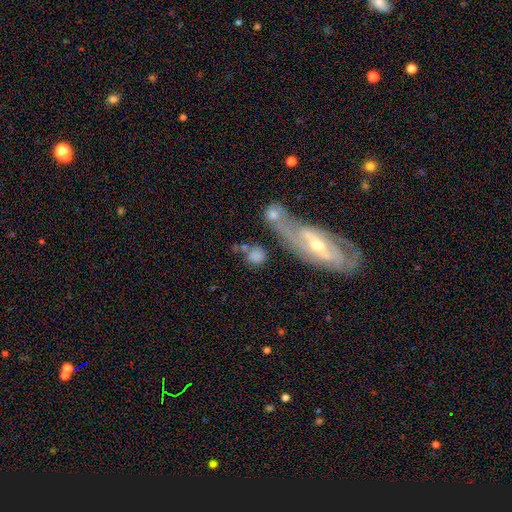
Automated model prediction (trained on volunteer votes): A smooth galaxy with no disk features (67%) that is round (71%).

Vote fractions:
- Smooth or featured? smooth: 67% / featured or disk: 23% / star or artifact: 10%
- How rounded? round: 71% / in between: 23% / cigar-shaped: 6%
- Merging? none: 47% / merger: 29% / minor disturbance: 14% / major disturbance: 10%